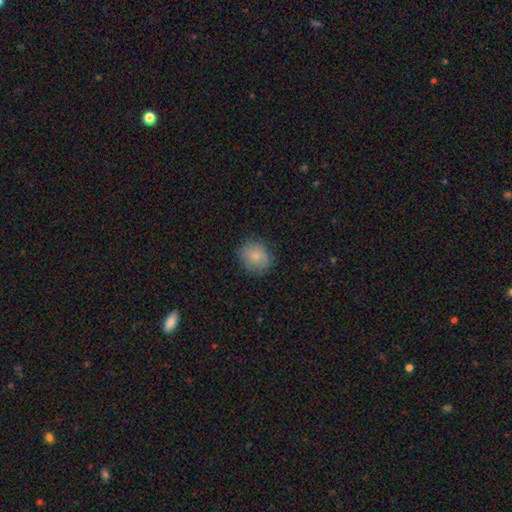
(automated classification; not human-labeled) Smooth or featured? Predicted: smooth (p=0.82). How rounded? Predicted: round (p=0.71). Merging? Predicted: none (p=0.80).